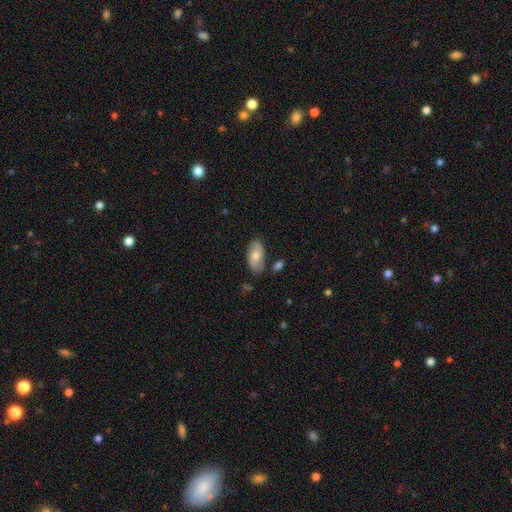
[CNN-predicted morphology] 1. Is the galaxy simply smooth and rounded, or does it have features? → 63% smooth, 31% featured or disk, 6% star or artifact.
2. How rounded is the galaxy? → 93% in between, 4% round, 3% cigar-shaped.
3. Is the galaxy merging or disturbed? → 75% none, 16% minor disturbance, 5% merger, 4% major disturbance.